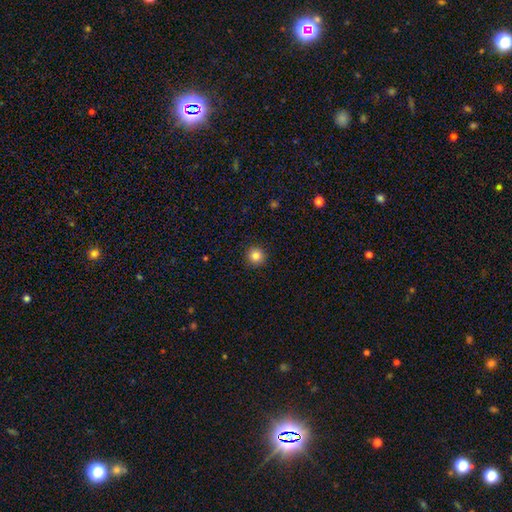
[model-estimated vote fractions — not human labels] A smooth galaxy with no disk features (84%) that is round (95%). Merging: none (92%).